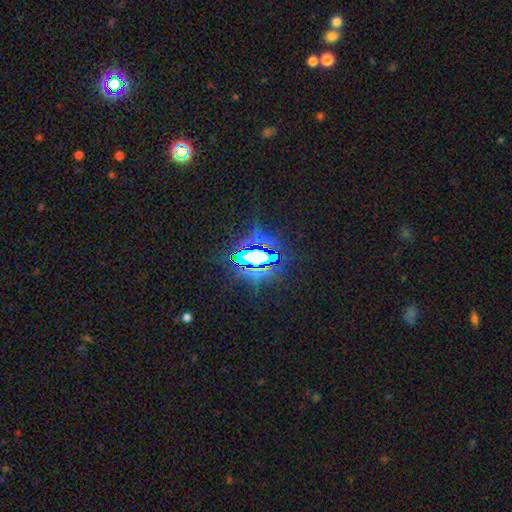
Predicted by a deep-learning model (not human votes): Morphology: type=star or artifact (76%).